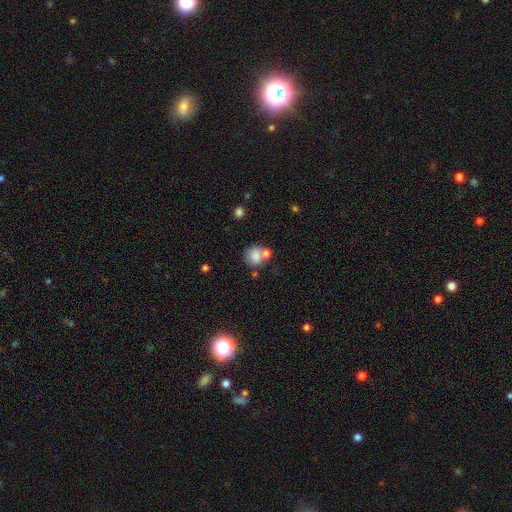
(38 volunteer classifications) A smooth galaxy with no disk features (84%) that is round (88%).

Vote fractions:
- Smooth or featured? smooth: 84% / featured or disk: 8% / star or artifact: 8%
- How rounded? round: 88% / in between: 12% / cigar-shaped: 0%
- Merging? none: 57% / merger: 31% / minor disturbance: 9% / major disturbance: 3%